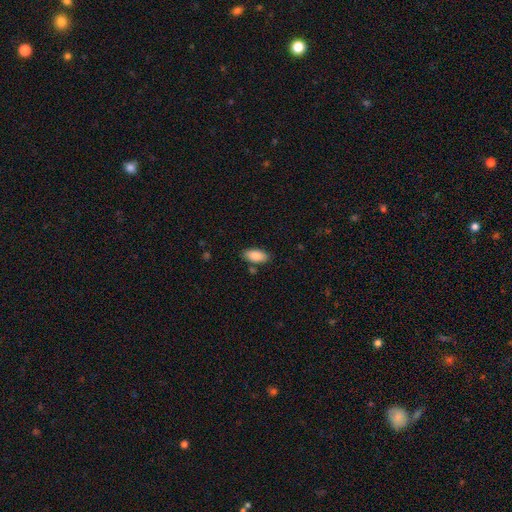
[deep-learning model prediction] This appears to be a smooth galaxy with no disk features (88%) that is in between round and cigar-shaped (91%). Merging: none (81%).